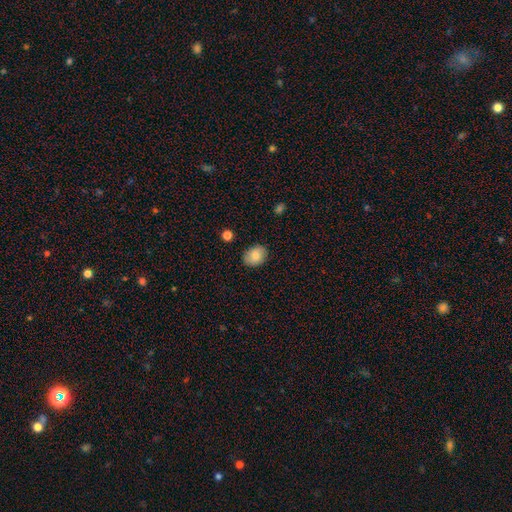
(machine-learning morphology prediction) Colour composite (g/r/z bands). It shows a smooth galaxy with no disk features (82%) that is in between round and cigar-shaped (60%). Merging: none (85%).